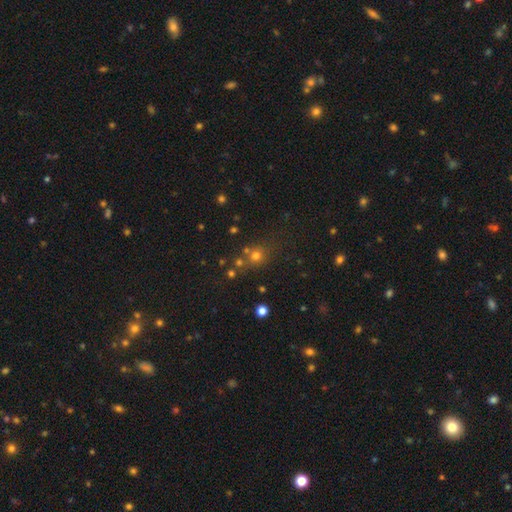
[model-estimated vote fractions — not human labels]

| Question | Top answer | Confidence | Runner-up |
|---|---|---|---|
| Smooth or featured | smooth | 65% | star or artifact (25%) |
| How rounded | round | 85% | in between (14%) |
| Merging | none | 67% | merger (18%) |